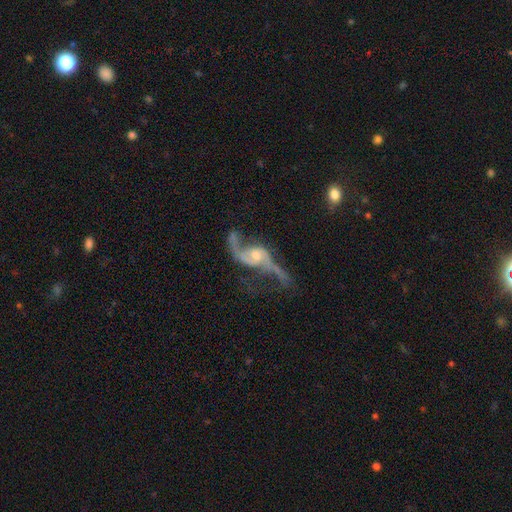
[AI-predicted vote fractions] The model was most divided on "bulge size": moderate: 47%, small: 44%, large: 4%, none: 4%, dominant: 1%. More confident: spiral arms — yes (95%); edge-on disk — no (92%); spiral arm count — 2 (90%); smooth or featured — featured or disk (89%); spiral winding — loose (80%); bar — no (56%); merging — none (50%).